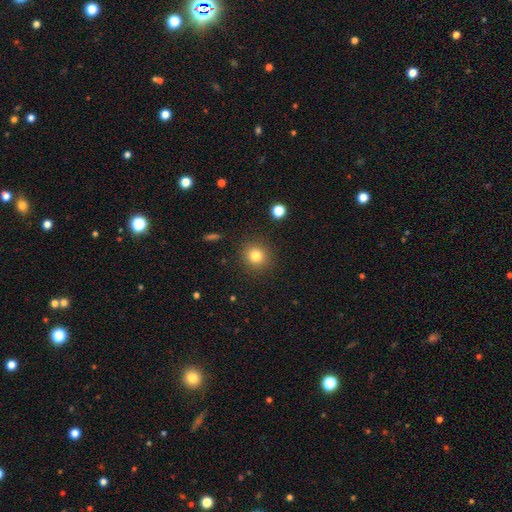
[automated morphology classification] smooth_or_featured: smooth (p=0.80) [alt: star or artifact p=0.12]
how_rounded: round (p=0.91) [alt: in between p=0.08]
merging: none (p=0.90) [alt: minor disturbance p=0.06]